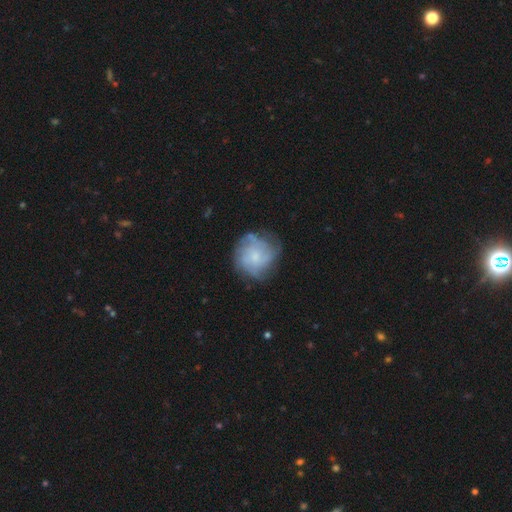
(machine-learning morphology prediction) featured or disk 54%, smooth 37%, star or artifact 8%. Down the decision tree: edge-on disk — no (98%); bar — no (76%); spiral arms — yes (77%); bulge size — small (47%); merging — none (66%).